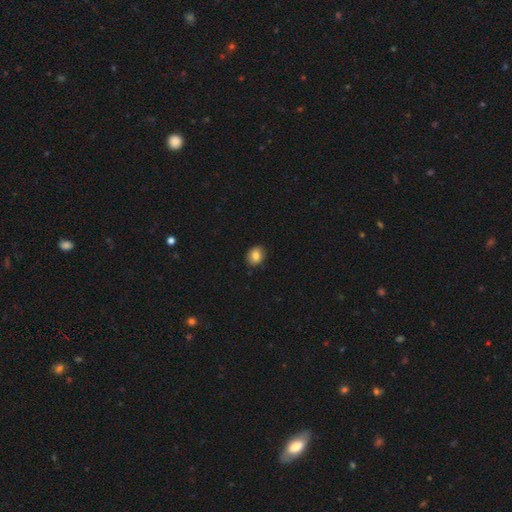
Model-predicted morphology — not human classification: smooth 83%, star or artifact 9%, featured or disk 8%. Down the decision tree: how rounded — round (58%); merging — none (88%).